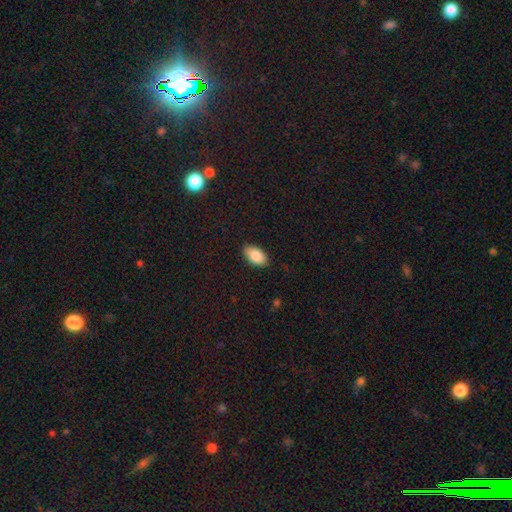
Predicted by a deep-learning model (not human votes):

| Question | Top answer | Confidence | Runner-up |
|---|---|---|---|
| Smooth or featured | smooth | 86% | featured or disk (7%) |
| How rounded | in between | 94% | round (4%) |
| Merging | none | 86% | minor disturbance (11%) |